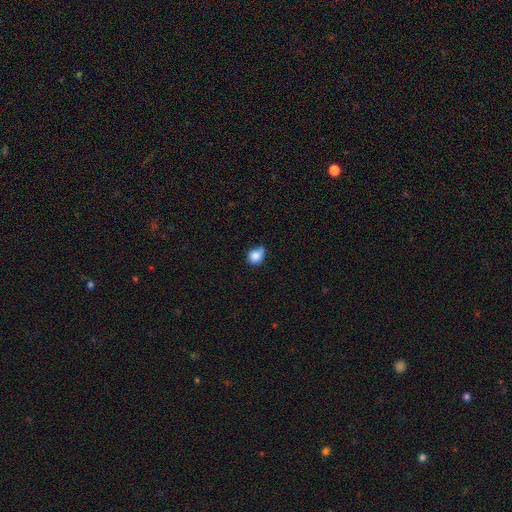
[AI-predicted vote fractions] This appears to be a smooth galaxy with no disk features (85%) that is round (73%). Merging: minor disturbance (44%).